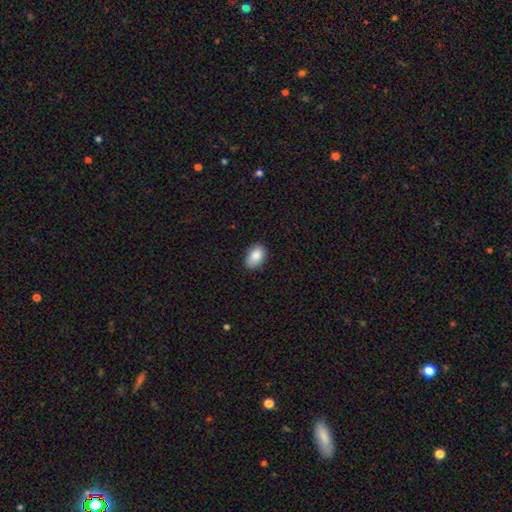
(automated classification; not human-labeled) Overall: smooth (88%). How rounded: in between (91%). Merging: none (85%).